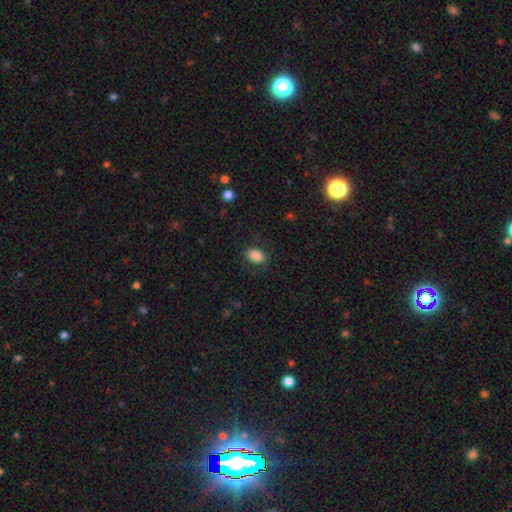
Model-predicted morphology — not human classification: Smooth or featured? Predicted: smooth (p=0.85). How rounded? Predicted: in between (p=0.83). Merging? Predicted: none (p=0.78).